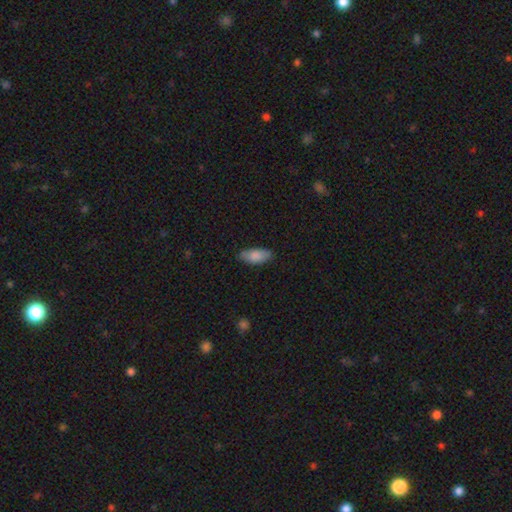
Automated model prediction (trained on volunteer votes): This appears to be a smooth galaxy with no disk features (84%) that is in between round and cigar-shaped (86%). Merging: none (82%).